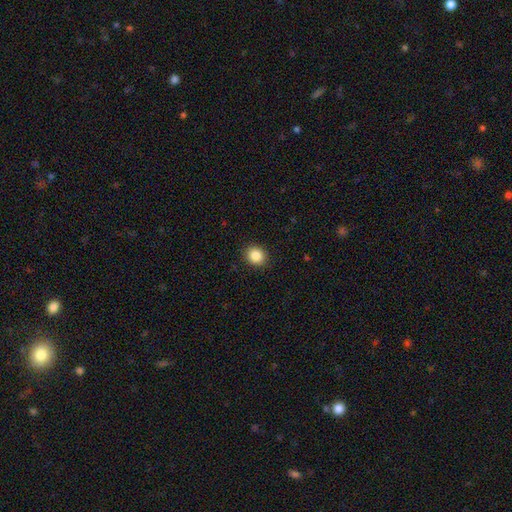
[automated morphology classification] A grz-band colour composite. It shows a smooth galaxy with no disk features (87%) that is round (77%). Merging: none (91%).